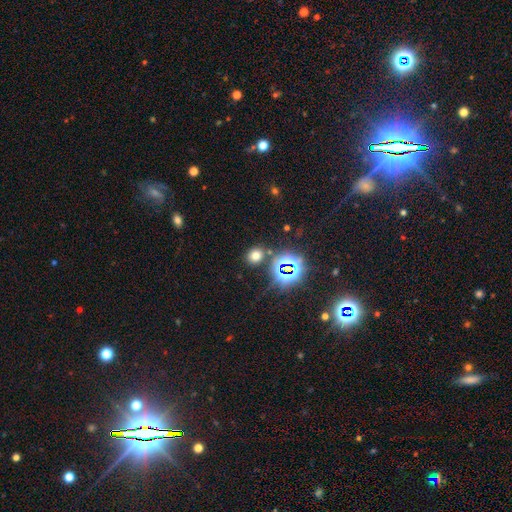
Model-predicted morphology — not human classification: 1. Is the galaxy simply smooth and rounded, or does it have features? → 63% smooth, 30% star or artifact, 7% featured or disk.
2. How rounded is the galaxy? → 64% round, 34% in between, 1% cigar-shaped.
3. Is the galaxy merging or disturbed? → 81% none, 9% minor disturbance, 6% merger, 4% major disturbance.